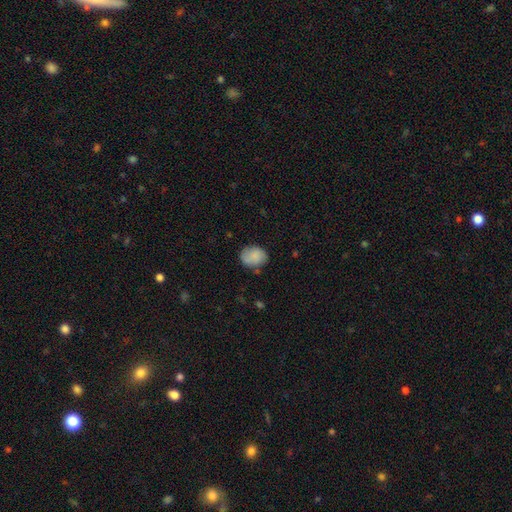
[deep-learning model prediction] Smooth or featured: smooth — 79% (featured or disk — 13%)
How rounded: in between — 52% (round — 47%)
Merging: none — 70% (minor disturbance — 21%)